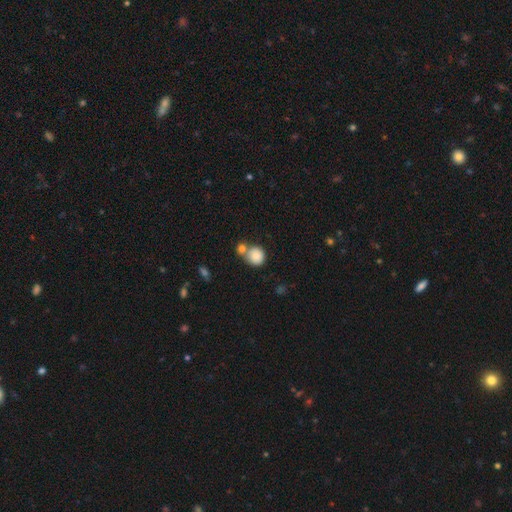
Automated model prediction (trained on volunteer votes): The model was most divided on "merging": none: 49%, merger: 36%, minor disturbance: 10%, major disturbance: 4%. More confident: how rounded — round (87%); smooth or featured — smooth (83%).